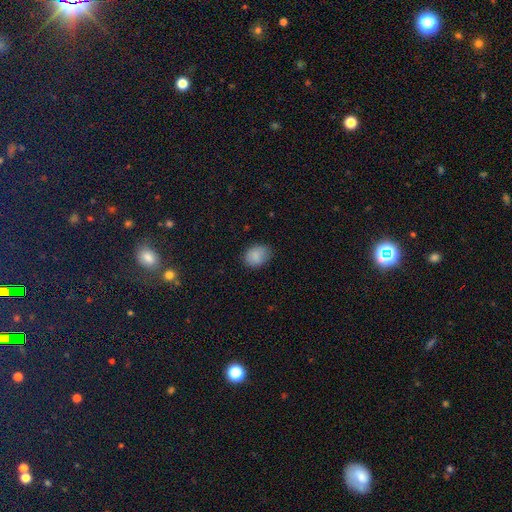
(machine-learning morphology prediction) type=smooth (86%); roundness=in between (56%); merging=none (79%).